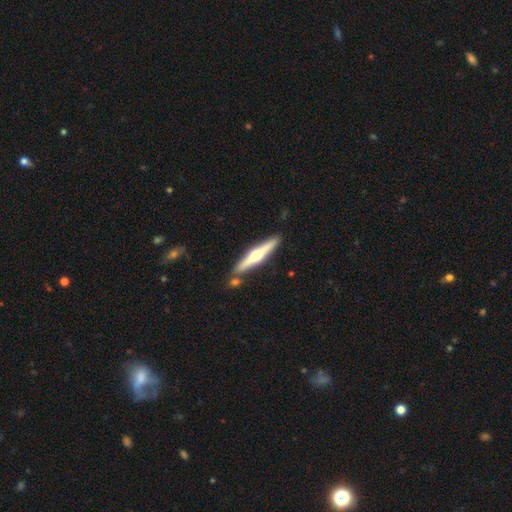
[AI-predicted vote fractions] Overall: featured or disk (67%; smooth 28%). Edge-on disk: yes (97%). Edge-on bulge: rounded (93%). Merging: none (84%).